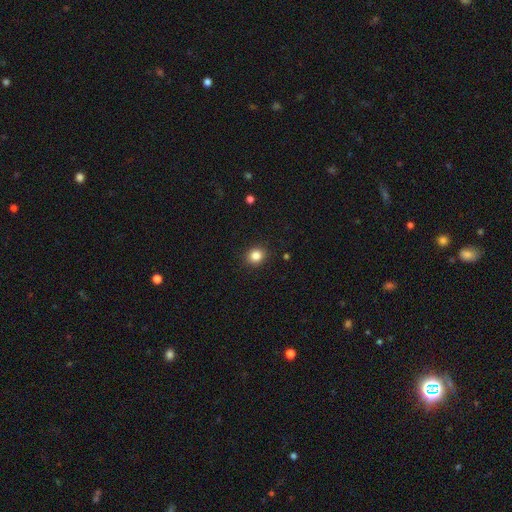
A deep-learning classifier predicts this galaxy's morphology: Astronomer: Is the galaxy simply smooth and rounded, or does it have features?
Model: smooth — 84%.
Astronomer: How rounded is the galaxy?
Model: round — 78%.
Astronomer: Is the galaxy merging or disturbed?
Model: none — 90%.